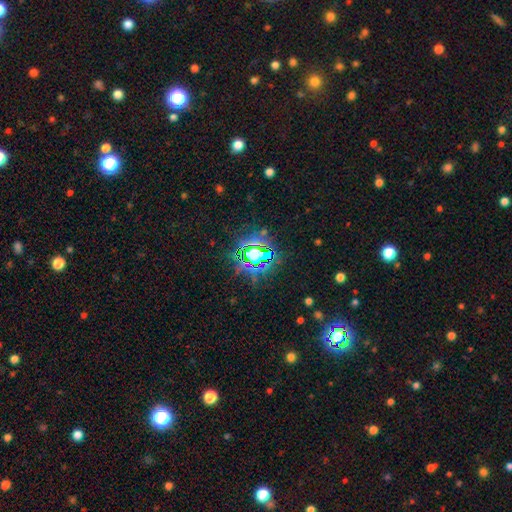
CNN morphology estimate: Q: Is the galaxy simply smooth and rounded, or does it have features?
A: star or artifact — 71%.